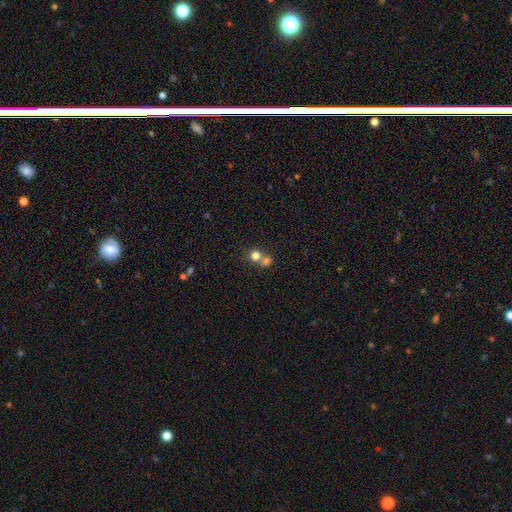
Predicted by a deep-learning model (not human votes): Overall: smooth (77%). How rounded: round (84%). Merging: merger (55%; none 37%).